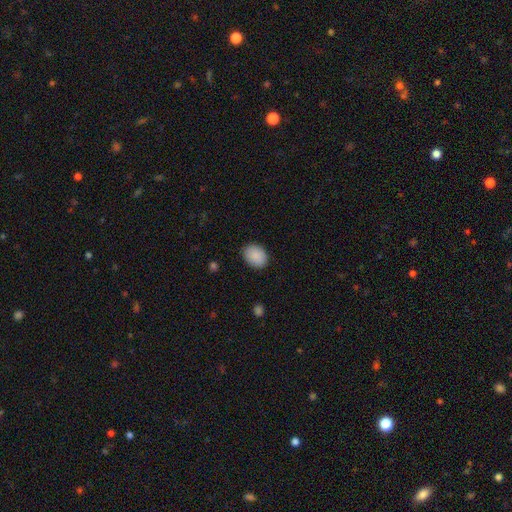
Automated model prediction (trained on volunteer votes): smooth-or-featured: smooth: 90% | star or artifact: 7% | featured or disk: 3%
  how-rounded: in between: 66% | round: 33% | cigar-shaped: 1%
  merging: none: 88% | minor disturbance: 9% | major disturbance: 2% | merger: 1%